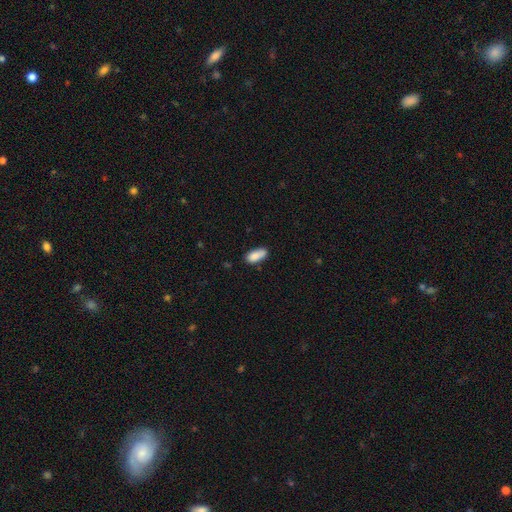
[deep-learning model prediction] smooth_or_featured: smooth (p=0.88) [alt: star or artifact p=0.07]
how_rounded: in between (p=0.85) [alt: cigar-shaped p=0.13]
merging: none (p=0.74) [alt: minor disturbance p=0.20]